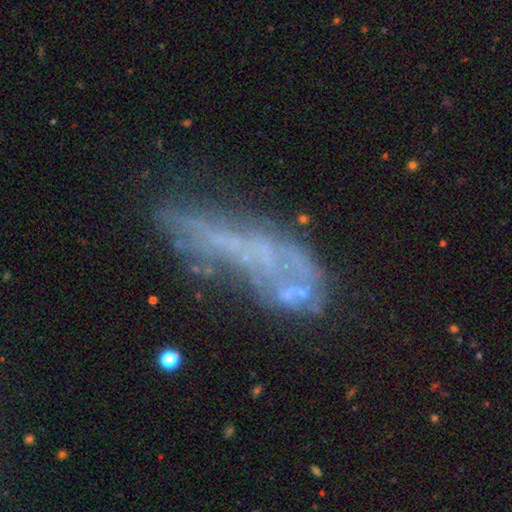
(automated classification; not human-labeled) A featured or disk galaxy (53%). Merging: none (32%).